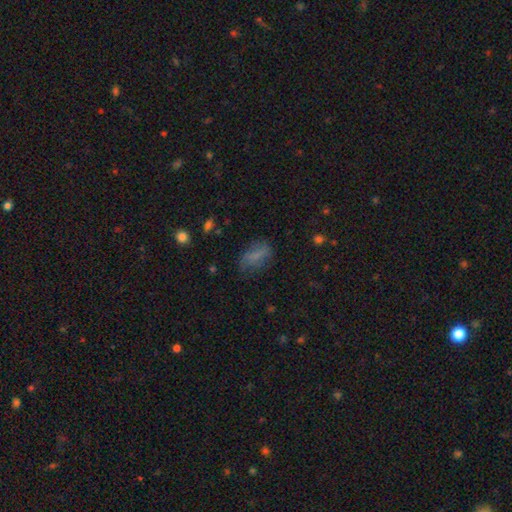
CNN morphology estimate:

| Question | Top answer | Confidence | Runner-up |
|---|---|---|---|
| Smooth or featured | smooth | 72% | featured or disk (16%) |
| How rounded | in between | 79% | cigar-shaped (14%) |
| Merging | none | 65% | minor disturbance (22%) |